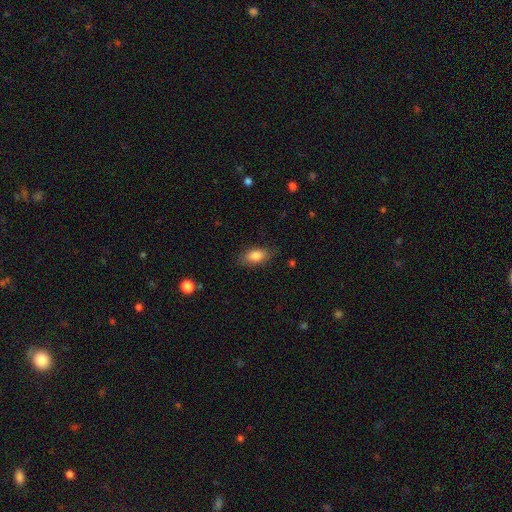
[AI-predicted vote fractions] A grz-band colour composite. It shows a smooth galaxy with no disk features (84%) that is in between round and cigar-shaped (89%). Merging: none (81%).